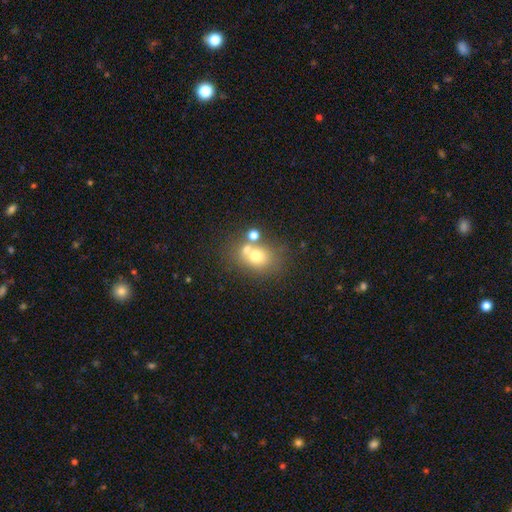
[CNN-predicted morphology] A smooth galaxy with no disk features (65%) that is round (61%). Merging: none (51%).